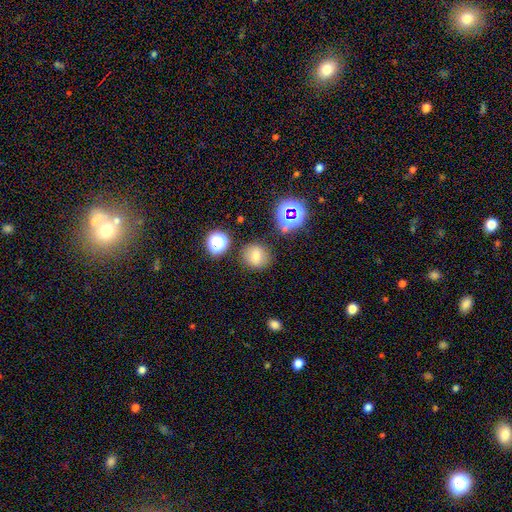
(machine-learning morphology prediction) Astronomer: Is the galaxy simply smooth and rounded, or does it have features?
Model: smooth — 68%.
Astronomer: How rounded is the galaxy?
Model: round — 83%.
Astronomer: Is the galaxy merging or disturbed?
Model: none — 83%.